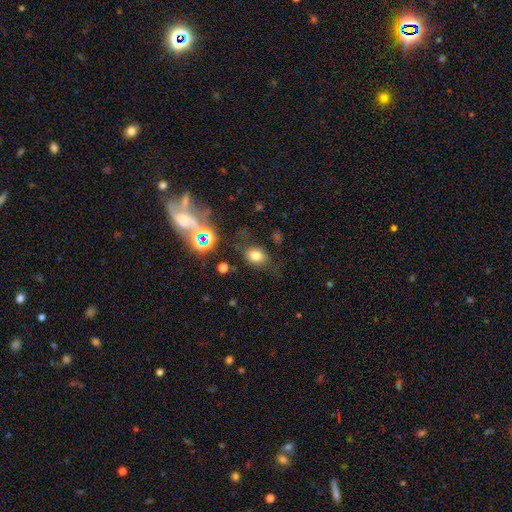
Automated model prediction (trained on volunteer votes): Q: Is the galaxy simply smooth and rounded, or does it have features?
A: smooth — 70%.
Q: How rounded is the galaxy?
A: in between — 62%.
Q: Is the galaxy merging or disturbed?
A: none — 64%.